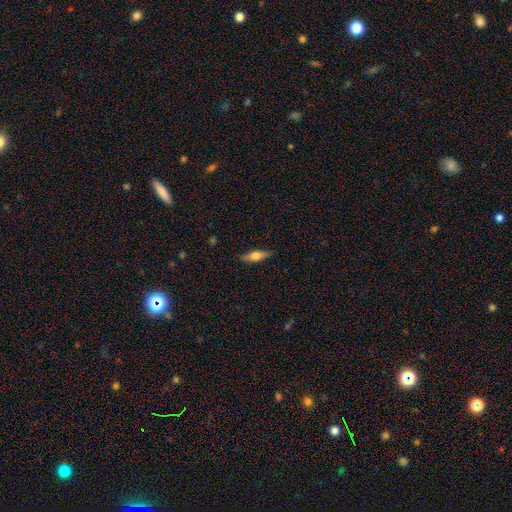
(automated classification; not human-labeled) A smooth galaxy with no disk features (55%) that is cigar-shaped (54%).

Vote fractions:
- Smooth or featured? smooth: 55% / featured or disk: 39% / star or artifact: 6%
- How rounded? cigar-shaped: 54% / in between: 43% / round: 3%
- Merging? none: 86% / minor disturbance: 11% / major disturbance: 2% / merger: 1%